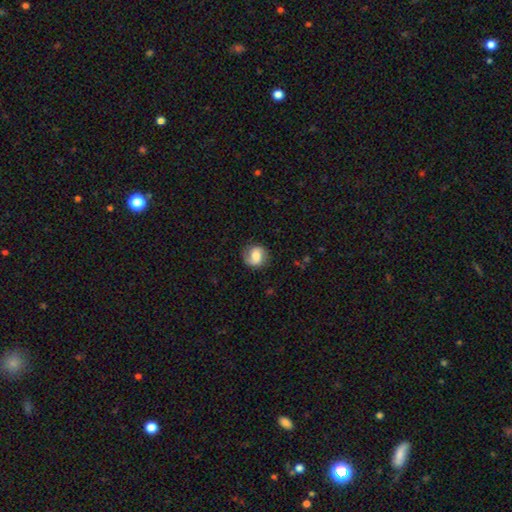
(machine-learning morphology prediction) This is possibly a smooth galaxy (57%). How rounded: likely round (77%). Merging: likely none (77%).